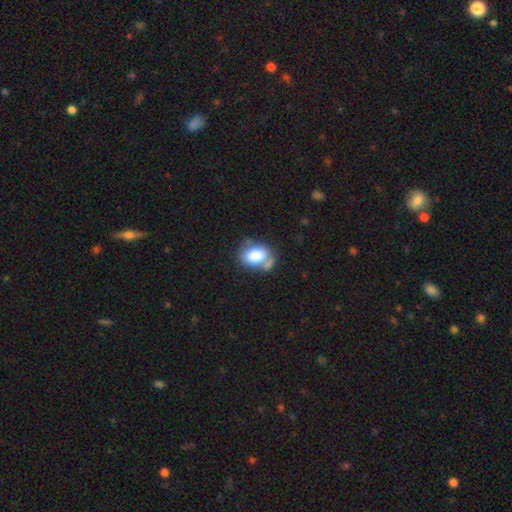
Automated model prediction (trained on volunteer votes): This appears to be a smooth galaxy with no disk features (78%) that is in between round and cigar-shaped (75%). Merging: none (42%).